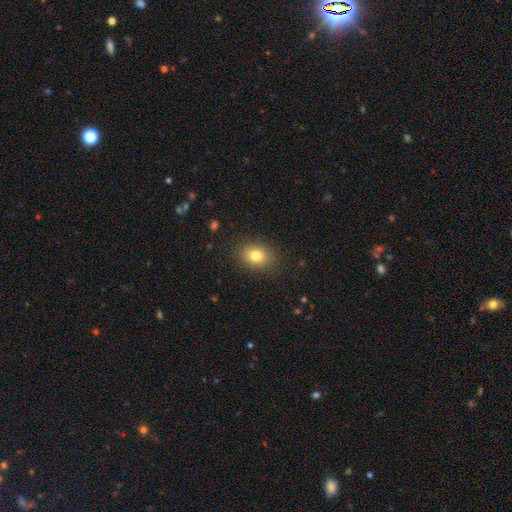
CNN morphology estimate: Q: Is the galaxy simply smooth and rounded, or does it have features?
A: smooth — 80%.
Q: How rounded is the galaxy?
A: in between — 60%.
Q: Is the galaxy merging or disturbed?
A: none — 87%.